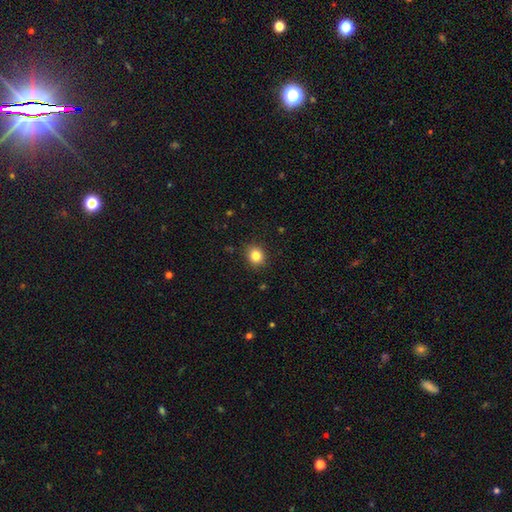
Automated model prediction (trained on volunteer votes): Smooth or featured?
  - smooth: 83% *
  - star or artifact: 11%
  - featured or disk: 6%
How rounded?
  - round: 72% *
  - in between: 27%
  - cigar-shaped: 1%
Merging?
  - none: 89% *
  - minor disturbance: 8%
  - major disturbance: 2%
  - merger: 1%